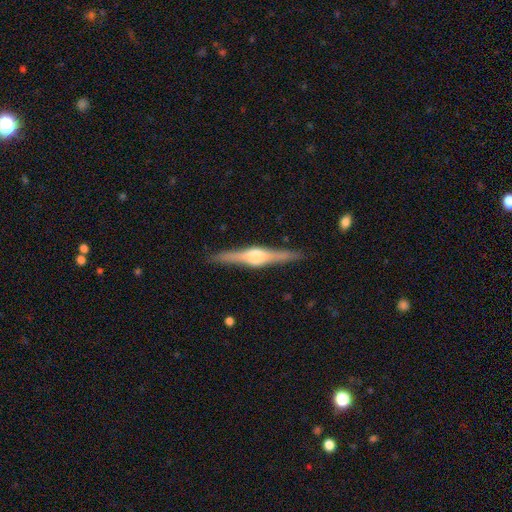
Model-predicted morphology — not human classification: type=featured or disk (83%); edge-on=yes (98%); edge-on bulge=rounded (87%); merging=none (91%).